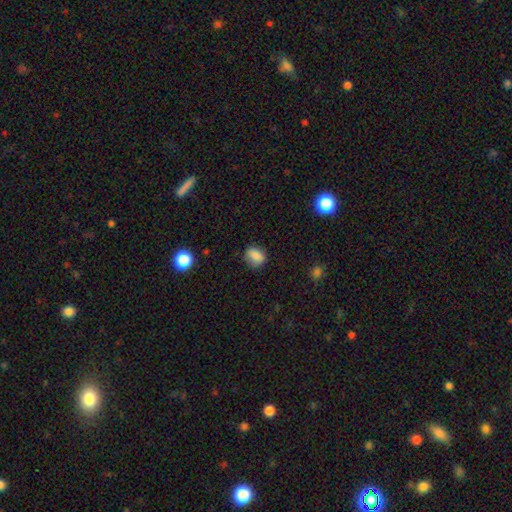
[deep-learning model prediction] Q: Smooth or featured?
A: smooth (85%); runner-up: star or artifact (10%)
Q: How rounded?
A: round (50%); runner-up: in between (49%)
Q: Merging?
A: none (74%); runner-up: minor disturbance (20%)